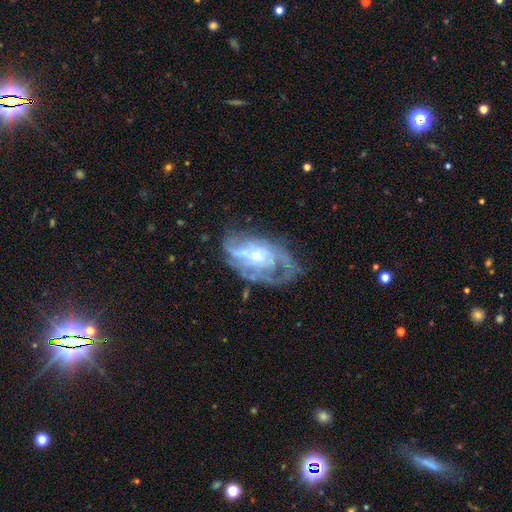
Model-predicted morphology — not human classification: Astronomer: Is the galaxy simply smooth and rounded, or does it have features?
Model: featured or disk — 77%.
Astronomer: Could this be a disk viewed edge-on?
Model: no — 95%.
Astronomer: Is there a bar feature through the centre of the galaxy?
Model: no — 70%.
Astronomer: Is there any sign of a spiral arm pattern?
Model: yes — 73%.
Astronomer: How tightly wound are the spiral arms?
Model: tight — 45% (runner-up: medium, 36%).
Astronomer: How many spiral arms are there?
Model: can't tell — 51%.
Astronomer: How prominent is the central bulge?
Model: small — 49% (runner-up: moderate, 37%).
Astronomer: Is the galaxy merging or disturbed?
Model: none — 48% (runner-up: major disturbance, 25%).